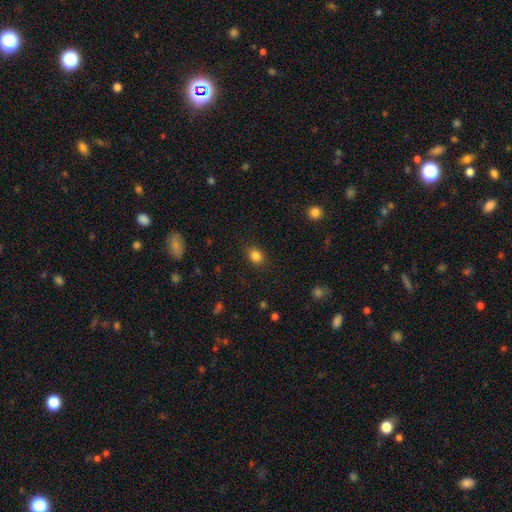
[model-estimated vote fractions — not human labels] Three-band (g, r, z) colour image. It shows a smooth galaxy with no disk features (84%) that is in between round and cigar-shaped (58%). Merging: none (85%).